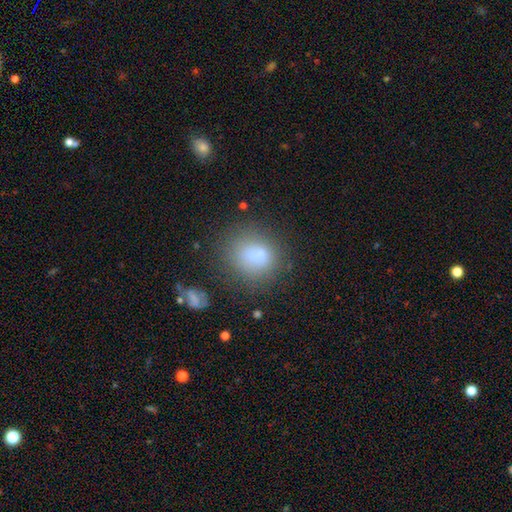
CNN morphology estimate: This is likely a smooth galaxy (74%). How rounded: likely round (68%). Merging: likely none (61%).